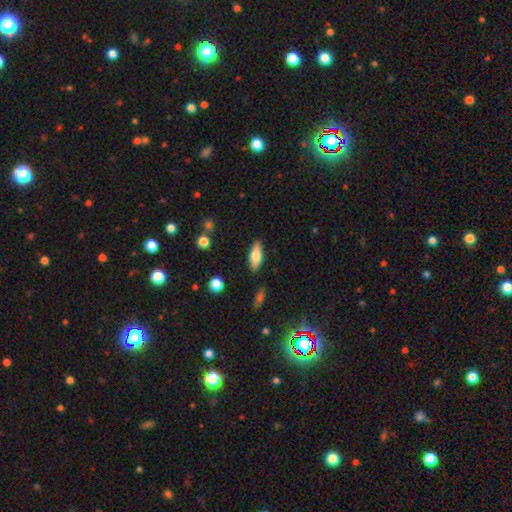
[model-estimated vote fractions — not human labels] smooth-or-featured: smooth: 71% | featured or disk: 23% | star or artifact: 7%
  how-rounded: in between: 75% | cigar-shaped: 22% | round: 3%
  merging: none: 86% | minor disturbance: 10% | major disturbance: 2% | merger: 2%